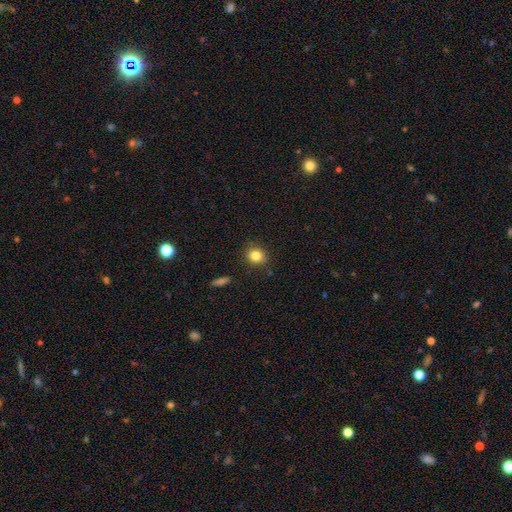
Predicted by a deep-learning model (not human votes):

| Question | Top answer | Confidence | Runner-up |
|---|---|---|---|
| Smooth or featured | smooth | 83% | star or artifact (10%) |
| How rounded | round | 62% | in between (37%) |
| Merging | none | 85% | minor disturbance (11%) |